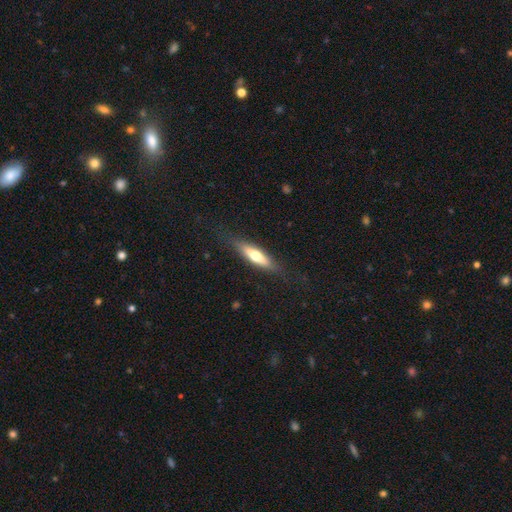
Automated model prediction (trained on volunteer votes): Smooth or featured?
  - smooth: 58% *
  - featured or disk: 36%
  - star or artifact: 6%
How rounded?
  - cigar-shaped: 69% *
  - in between: 29%
  - round: 2%
Merging?
  - none: 83% *
  - minor disturbance: 12%
  - major disturbance: 4%
  - merger: 1%